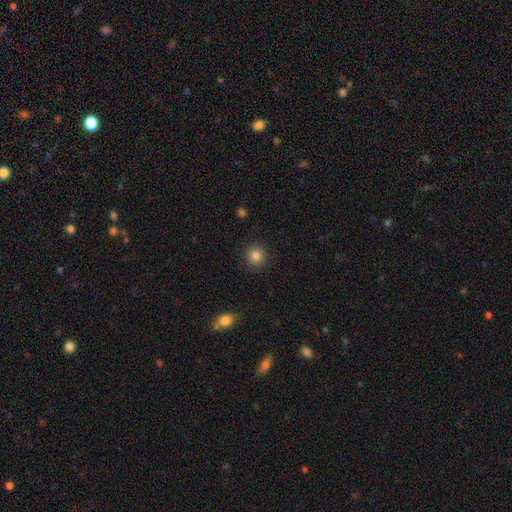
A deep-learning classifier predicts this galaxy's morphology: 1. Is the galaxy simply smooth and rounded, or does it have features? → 84% smooth, 10% star or artifact, 6% featured or disk.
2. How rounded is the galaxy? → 91% round, 8% in between, 1% cigar-shaped.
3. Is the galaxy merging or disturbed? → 91% none, 6% minor disturbance, 2% major disturbance, 1% merger.